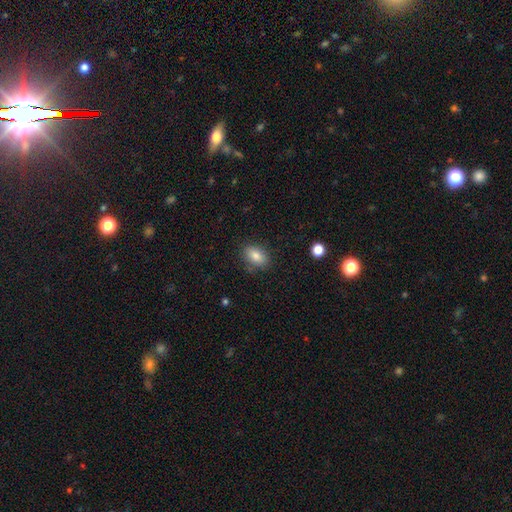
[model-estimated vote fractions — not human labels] Smooth or featured? smooth (83%)
How rounded? in between (85%)
Merging? none (82%)